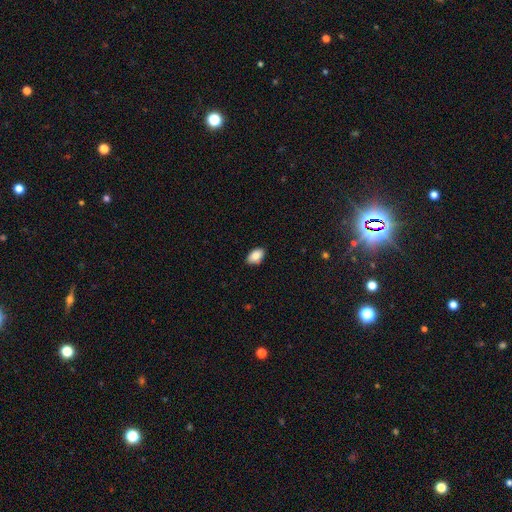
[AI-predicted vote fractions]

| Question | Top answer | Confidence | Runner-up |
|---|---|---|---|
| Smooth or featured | smooth | 86% | star or artifact (7%) |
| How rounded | in between | 93% | round (6%) |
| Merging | none | 86% | minor disturbance (11%) |